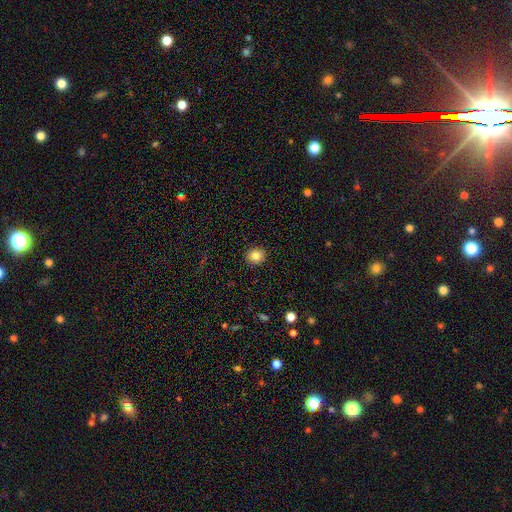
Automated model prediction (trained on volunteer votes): Smooth or featured? Predicted: smooth (p=0.83). How rounded? Predicted: round (p=0.82). Merging? Predicted: none (p=0.92).